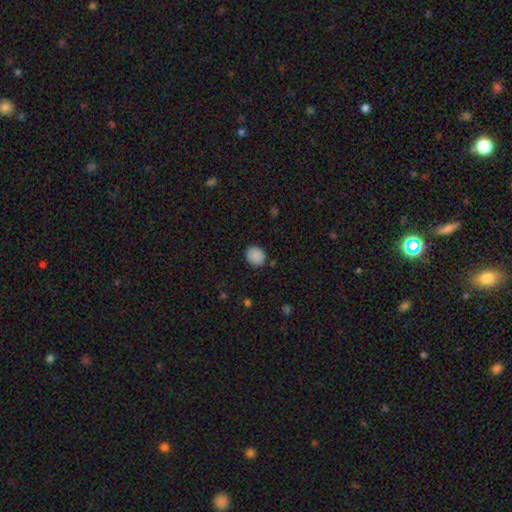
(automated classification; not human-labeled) Smooth or featured? smooth (88%)
How rounded? round (73%)
Merging? none (85%)